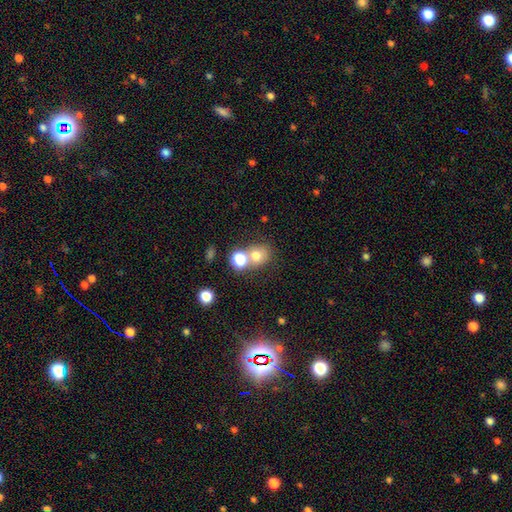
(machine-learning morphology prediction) Smooth or featured? smooth (73%)
How rounded? round (72%)
Merging? none (48%)